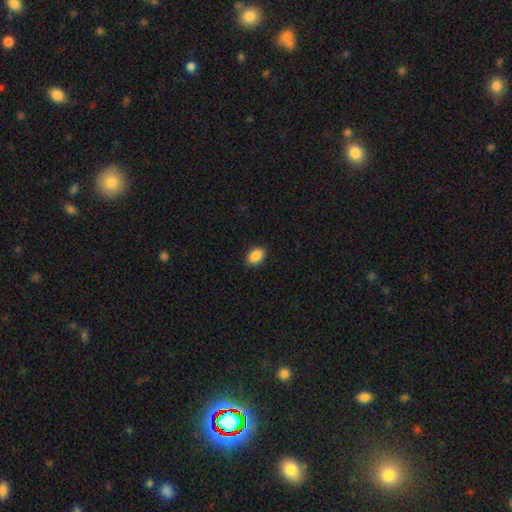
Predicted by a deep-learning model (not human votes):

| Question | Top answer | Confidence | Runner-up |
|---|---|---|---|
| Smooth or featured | smooth | 89% | star or artifact (8%) |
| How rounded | in between | 80% | round (19%) |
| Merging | none | 87% | minor disturbance (10%) |